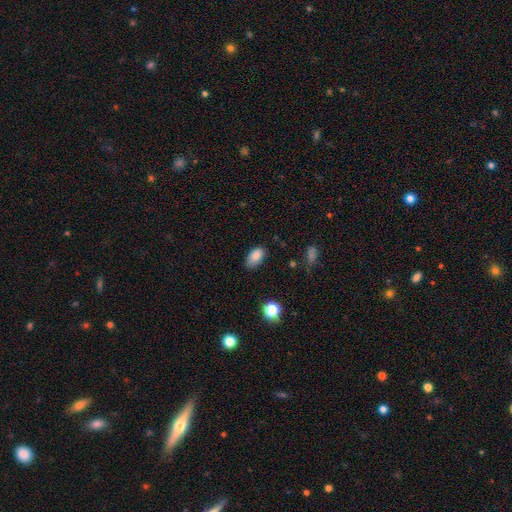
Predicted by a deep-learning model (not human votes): The model was most divided on "merging": none: 76%, minor disturbance: 19%, major disturbance: 4%, merger: 1%. More confident: how rounded — in between (92%); smooth or featured — smooth (86%).